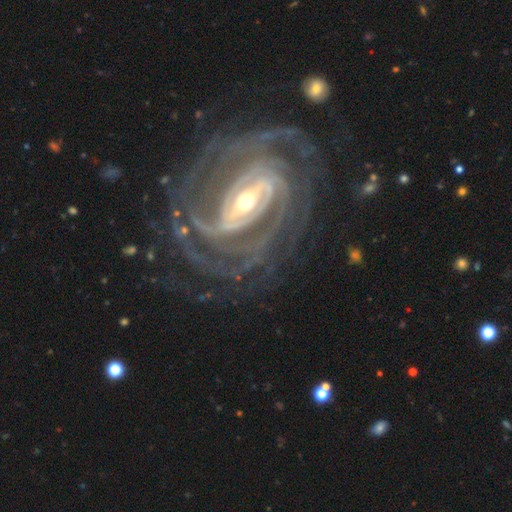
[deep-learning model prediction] Smooth or featured?
  - featured or disk: 93% *
  - star or artifact: 4%
  - smooth: 2%
Edge-on disk?
  - no: 96% *
  - yes: 4%
Bar?
  - strong: 64% *
  - weak: 26%
  - no: 10%
Spiral arms?
  - yes: 98% *
  - no: 2%
Spiral winding?
  - tight: 73% *
  - medium: 23%
  - loose: 4%
Spiral arm count?
  - 4: 26% *
  - 3: 23%
  - 2: 16%
  - can't tell: 15%
  - more than 4: 14%
  - 1: 7%
Bulge size?
  - moderate: 50% *
  - small: 44%
  - large: 5%
  - dominant: 1%
  - none: 1%
Merging?
  - none: 75% *
  - minor disturbance: 14%
  - major disturbance: 9%
  - merger: 2%